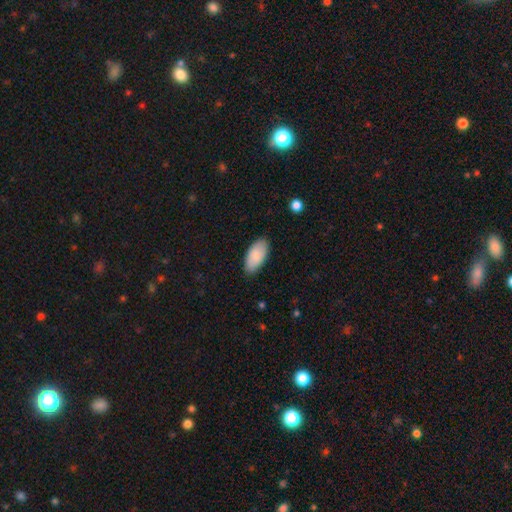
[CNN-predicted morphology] Smooth or featured? smooth (87%)
How rounded? in between (94%)
Merging? none (85%)